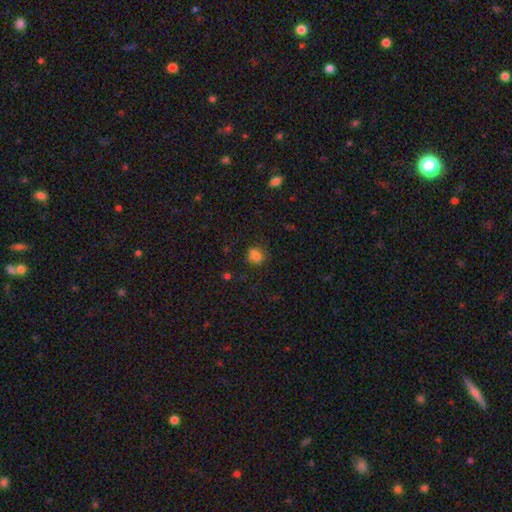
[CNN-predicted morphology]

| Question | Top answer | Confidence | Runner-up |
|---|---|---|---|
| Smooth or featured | smooth | 71% | star or artifact (19%) |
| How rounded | round | 77% | in between (21%) |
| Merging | none | 61% | minor disturbance (16%) |